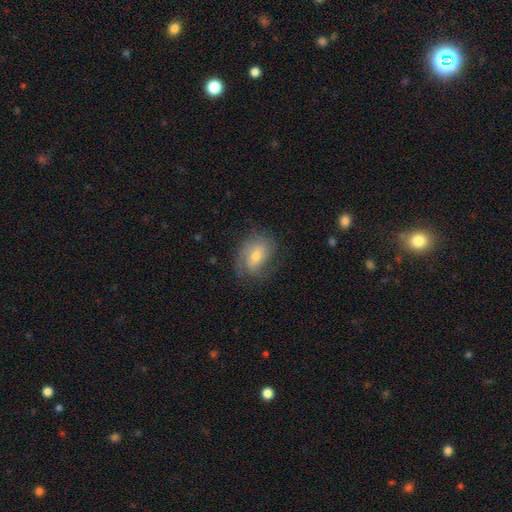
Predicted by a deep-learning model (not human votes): smooth_or_featured: featured or disk (p=0.55) [alt: smooth p=0.37]
disk_edge_on: no (p=0.94) [alt: yes p=0.06]
bar: no (p=0.51) [alt: weak p=0.38]
has_spiral_arms: yes (p=0.79) [alt: no p=0.21]
bulge_size: moderate (p=0.51) [alt: small p=0.43]
merging: none (p=0.67) [alt: minor disturbance p=0.21]